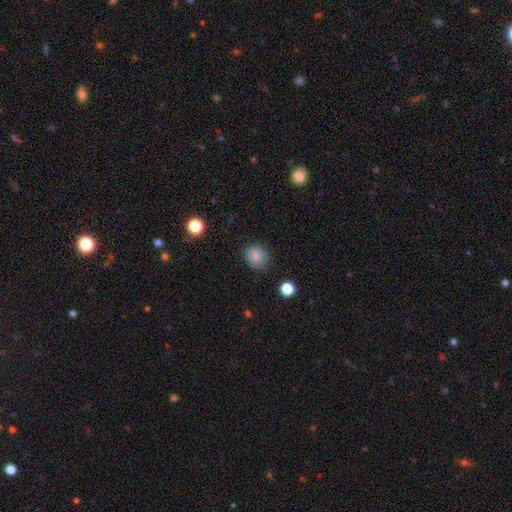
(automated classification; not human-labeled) A smooth galaxy with no disk features (84%) that is round (71%). Merging: none (81%).